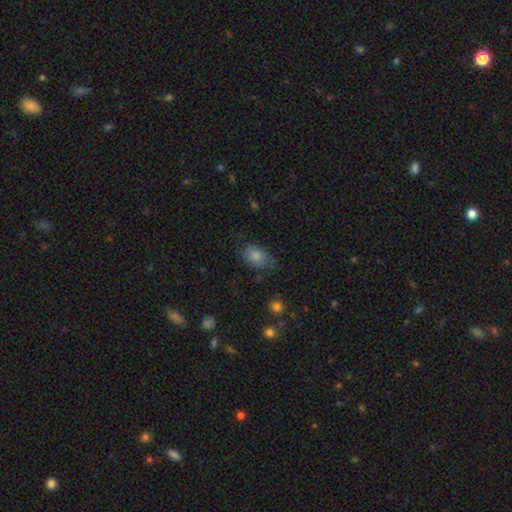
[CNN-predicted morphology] Smooth or featured? smooth (78%)
How rounded? in between (83%)
Merging? none (64%)